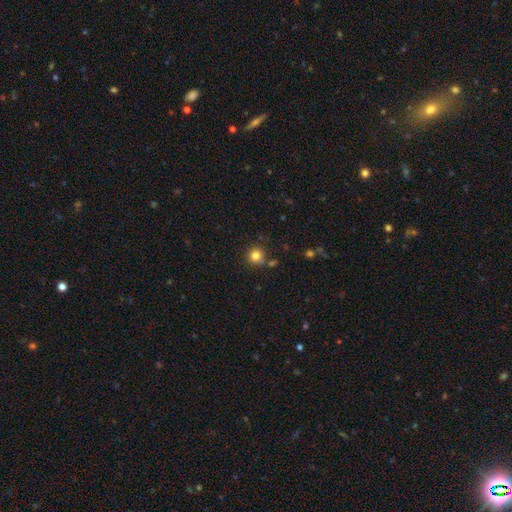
A smooth galaxy with no disk features (92%) that is round (97%). Merging: none (86%).